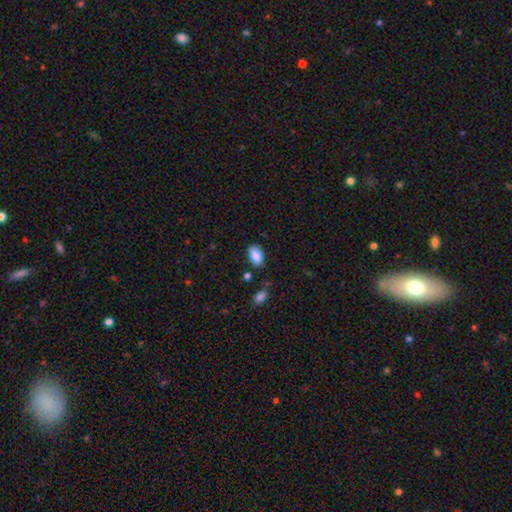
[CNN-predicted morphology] Smooth or featured? smooth (87%)
How rounded? in between (93%)
Merging? none (80%)